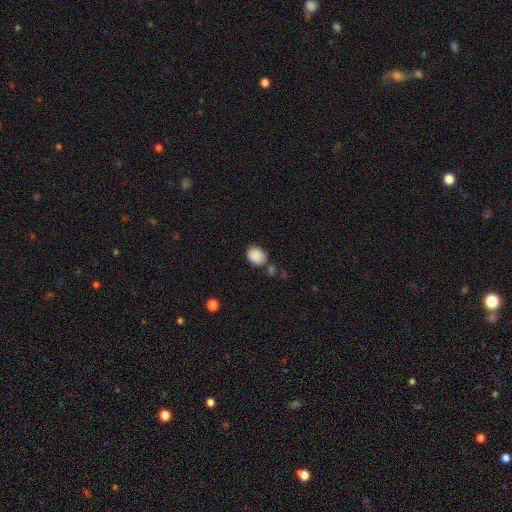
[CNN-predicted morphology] smooth_or_featured: smooth (p=0.88) [alt: star or artifact p=0.08]
how_rounded: round (p=0.51) [alt: in between p=0.48]
merging: none (p=0.65) [alt: minor disturbance p=0.17]